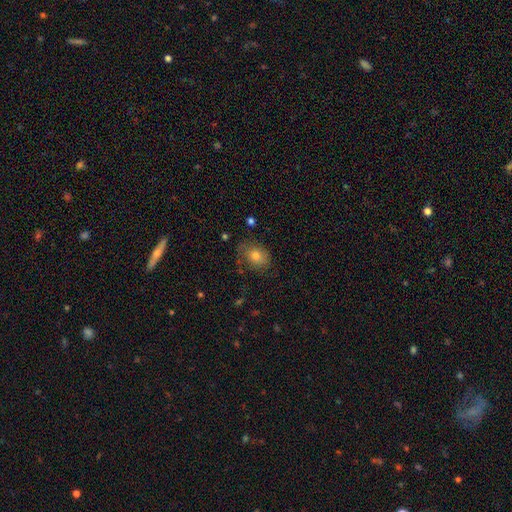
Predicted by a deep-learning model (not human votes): smooth_or_featured: smooth (p=0.72) [alt: featured or disk p=0.16]
how_rounded: in between (p=0.66) [alt: round p=0.33]
merging: none (p=0.71) [alt: minor disturbance p=0.21]